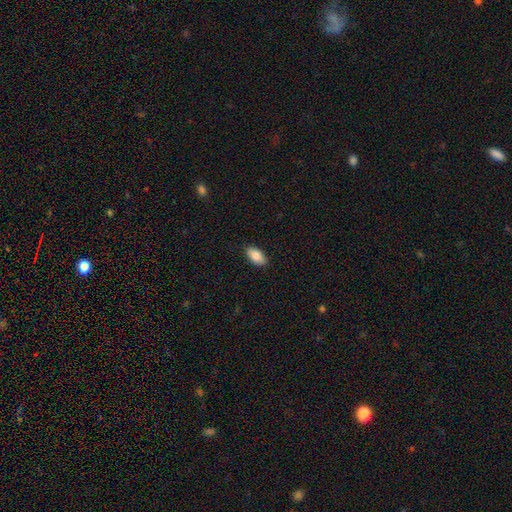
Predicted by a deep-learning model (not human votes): Smooth or featured: smooth — 86% (featured or disk — 8%)
How rounded: in between — 93% (cigar-shaped — 4%)
Merging: none — 89% (minor disturbance — 9%)